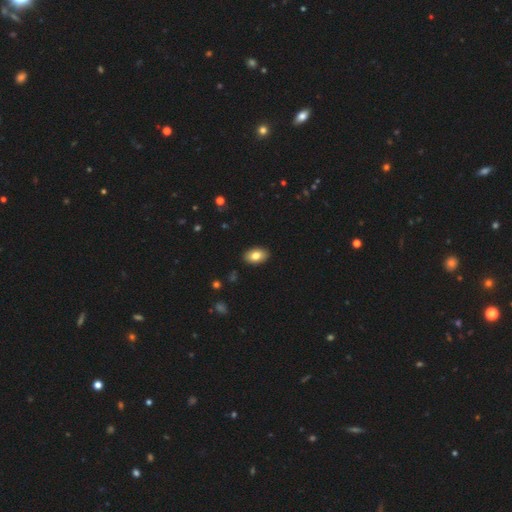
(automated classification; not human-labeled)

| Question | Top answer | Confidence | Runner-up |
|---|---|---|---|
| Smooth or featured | smooth | 82% | featured or disk (11%) |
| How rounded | in between | 91% | round (8%) |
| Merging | none | 90% | minor disturbance (7%) |